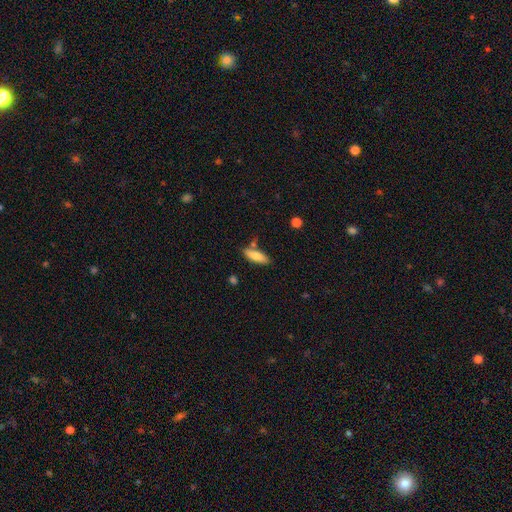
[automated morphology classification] type=smooth (81%); roundness=in between (56%); merging=none (75%).